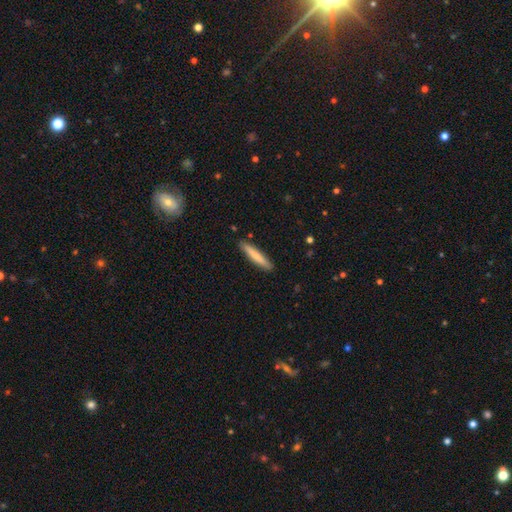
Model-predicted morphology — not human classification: Overall: smooth (74%). How rounded: cigar-shaped (92%). Merging: none (88%).